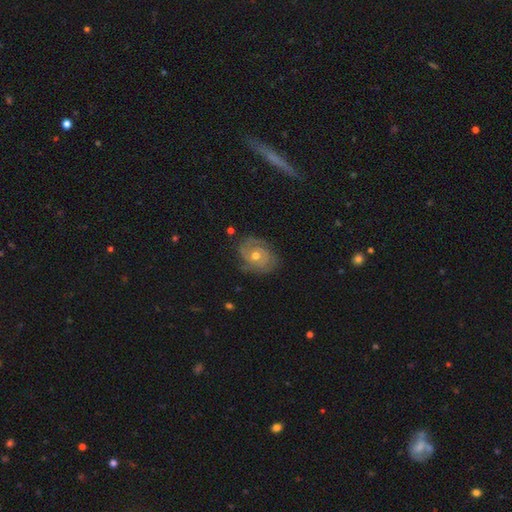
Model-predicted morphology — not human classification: Overall: featured or disk (72%). Edge-on disk: no (96%). Bar: no (80%). Spiral arms: yes (82%). Spiral arm count: can't tell (36%; 2 33%). Spiral winding: tight (60%; medium 29%). Bulge size: moderate (69%). Merging: none (71%).